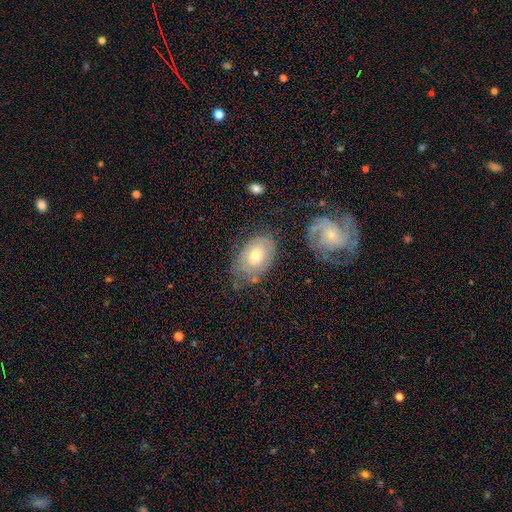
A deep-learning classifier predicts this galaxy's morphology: This appears to be a featured or disk galaxy (49%). Merging: none (63%).